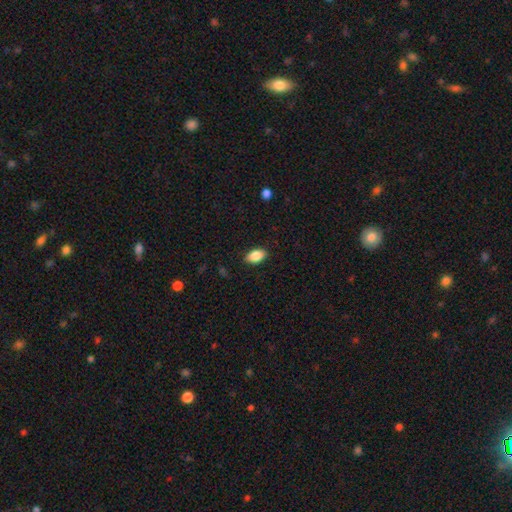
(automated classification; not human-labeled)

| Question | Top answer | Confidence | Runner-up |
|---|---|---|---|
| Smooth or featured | smooth | 87% | star or artifact (8%) |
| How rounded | in between | 91% | round (6%) |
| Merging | none | 88% | minor disturbance (9%) |